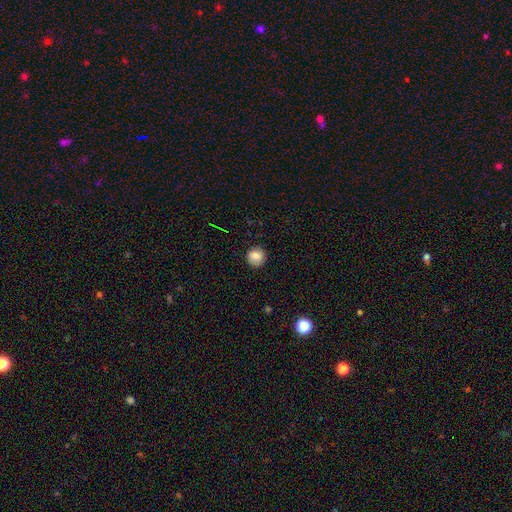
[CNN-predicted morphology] Smooth or featured? smooth (80%)
How rounded? round (91%)
Merging? none (88%)